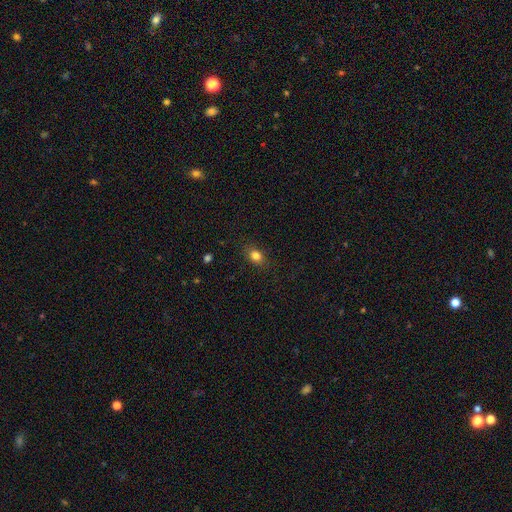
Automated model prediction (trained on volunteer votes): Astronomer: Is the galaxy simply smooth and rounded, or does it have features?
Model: smooth — 82%.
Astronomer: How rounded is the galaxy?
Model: in between — 65%.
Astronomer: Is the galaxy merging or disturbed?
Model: none — 85%.